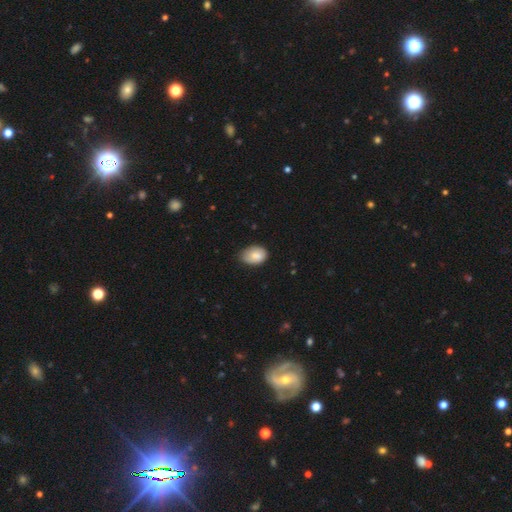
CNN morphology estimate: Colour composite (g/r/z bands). It shows a smooth galaxy with no disk features (81%) that is in between round and cigar-shaped (82%). Merging: none (63%).